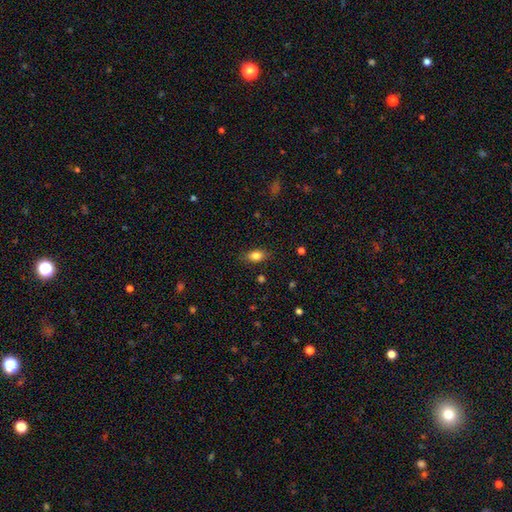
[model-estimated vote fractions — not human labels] Q: Smooth or featured?
A: smooth (82%); runner-up: featured or disk (9%)
Q: How rounded?
A: in between (84%); runner-up: round (10%)
Q: Merging?
A: none (85%); runner-up: minor disturbance (11%)